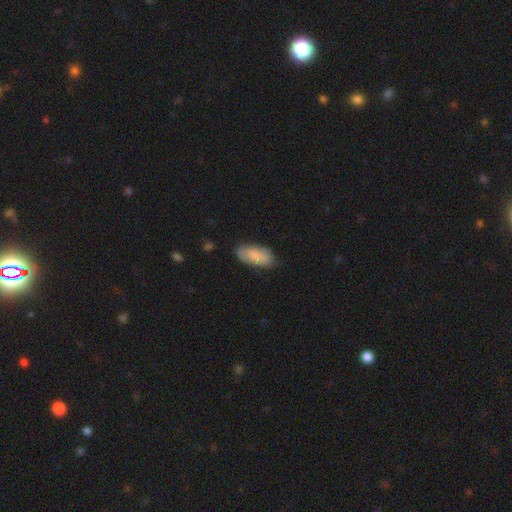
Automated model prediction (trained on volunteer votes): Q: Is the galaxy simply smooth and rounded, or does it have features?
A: smooth — 81%.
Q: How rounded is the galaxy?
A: in between — 91%.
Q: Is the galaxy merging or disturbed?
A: none — 75%.